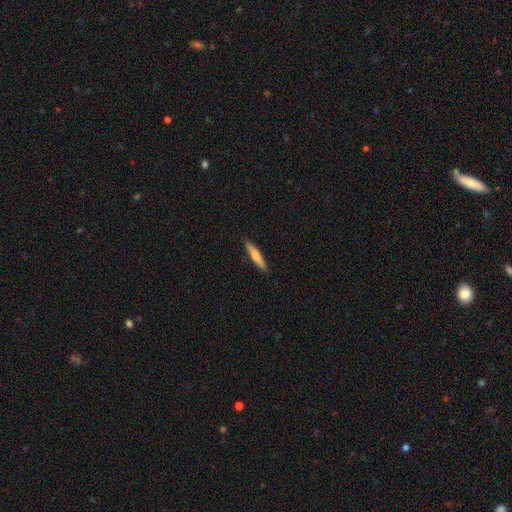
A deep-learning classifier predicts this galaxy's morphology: Smooth or featured? Predicted: smooth (p=0.63). How rounded? Predicted: cigar-shaped (p=0.91). Merging? Predicted: none (p=0.90).